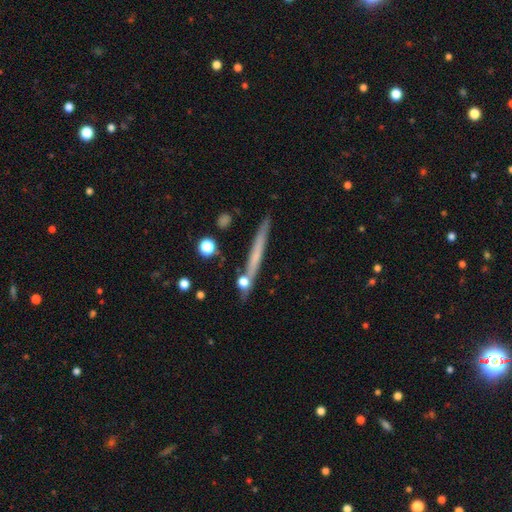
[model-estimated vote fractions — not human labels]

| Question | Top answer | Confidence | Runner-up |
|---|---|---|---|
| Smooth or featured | featured or disk | 46% | smooth (45%) |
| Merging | none | 83% | minor disturbance (10%) |